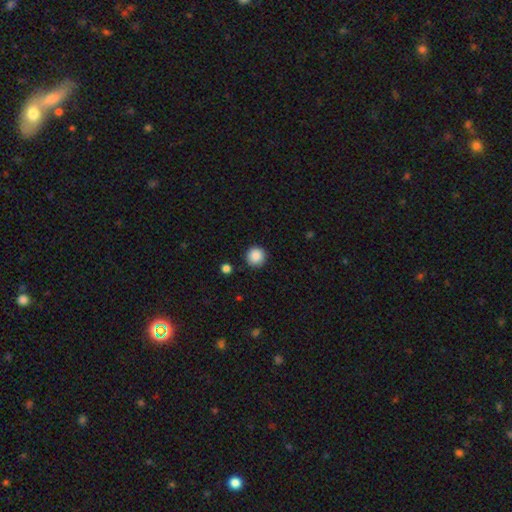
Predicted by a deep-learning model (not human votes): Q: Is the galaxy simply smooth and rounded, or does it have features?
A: smooth — 88%.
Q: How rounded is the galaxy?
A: round — 95%.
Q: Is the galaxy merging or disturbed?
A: none — 89%.